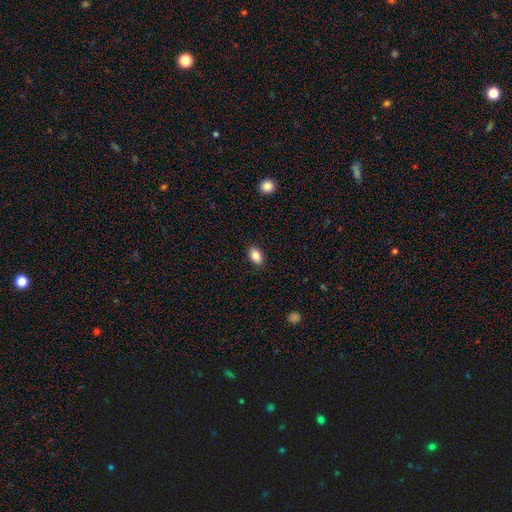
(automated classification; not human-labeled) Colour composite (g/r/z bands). It shows a smooth galaxy with no disk features (86%) that is in between round and cigar-shaped (89%). Merging: none (88%).